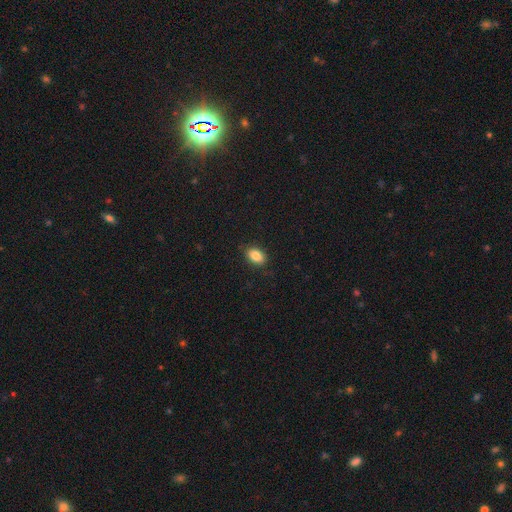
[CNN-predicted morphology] Smooth or featured? Predicted: smooth (p=0.86). How rounded? Predicted: in between (p=0.87). Merging? Predicted: none (p=0.87).